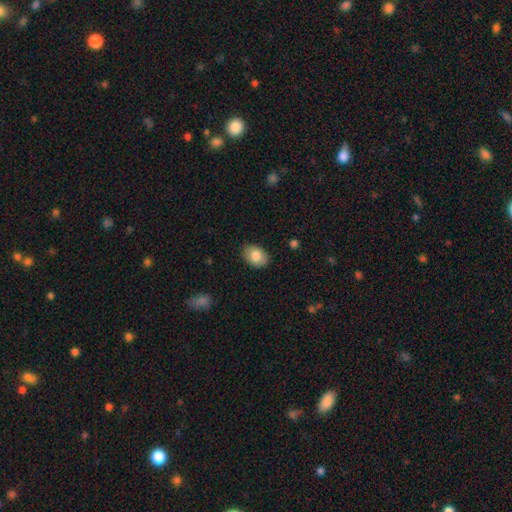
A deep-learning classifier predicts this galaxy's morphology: smooth_or_featured: smooth (p=0.84) [alt: featured or disk p=0.09]
how_rounded: in between (p=0.80) [alt: round p=0.19]
merging: none (p=0.84) [alt: minor disturbance p=0.13]